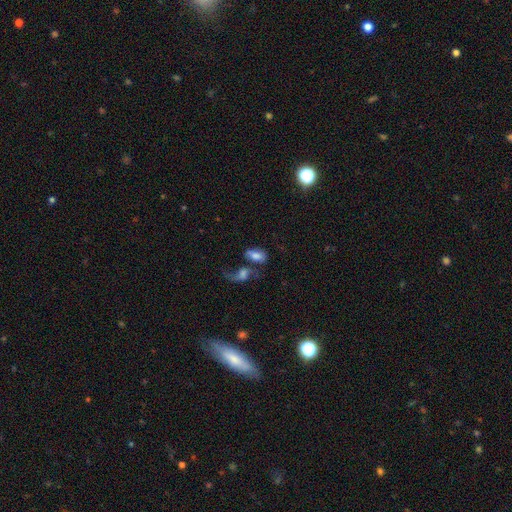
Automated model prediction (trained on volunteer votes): This is likely a smooth galaxy (64%). How rounded: clearly in between (89%). Merging: possibly merger (47%).